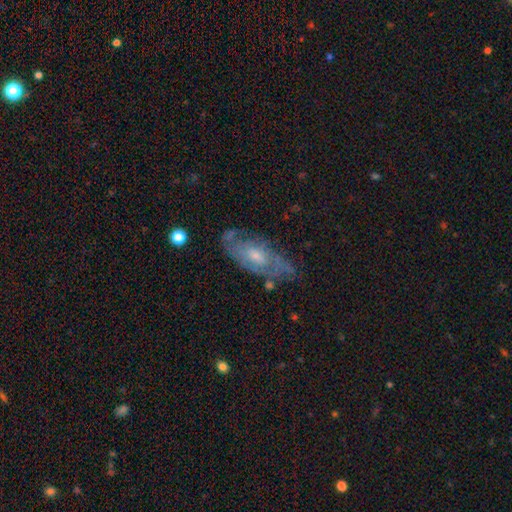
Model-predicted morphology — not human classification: A featured or disk galaxy (72%) with no bar (67%), spiral arms (78%) and a moderate central bulge (53%). Merging: none (69%).